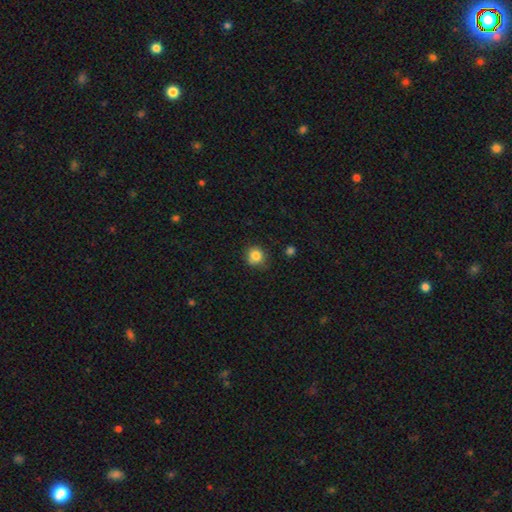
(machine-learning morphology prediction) The model was most divided on "merging": none: 77%, minor disturbance: 17%, major disturbance: 3%, merger: 3%. More confident: how rounded — round (87%); smooth or featured — smooth (83%).